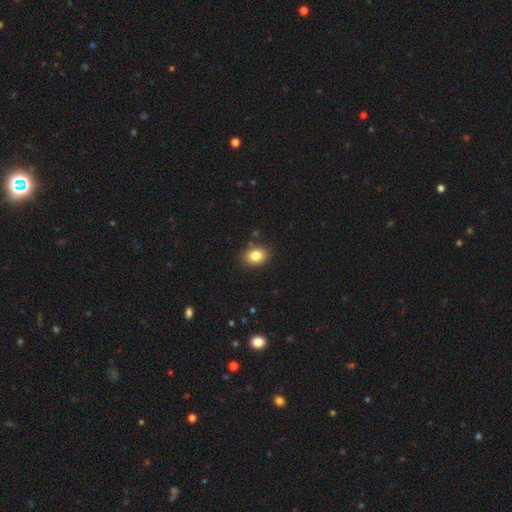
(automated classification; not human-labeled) The model was most divided on "how rounded": in between: 62%, round: 37%, cigar-shaped: 1%. More confident: merging — none (87%); smooth or featured — smooth (83%).